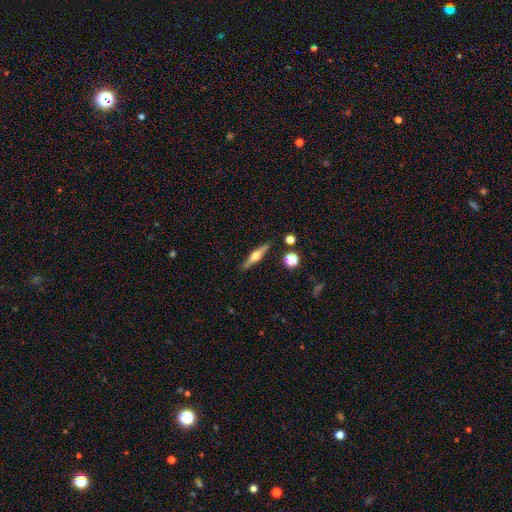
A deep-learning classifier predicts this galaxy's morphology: smooth-or-featured: featured or disk: 64% | smooth: 29% | star or artifact: 7%
  disk-edge-on: yes: 96% | no: 4%
    edge-on-bulge: rounded: 92% | boxy: 6% | none: 3%
  merging: none: 88% | minor disturbance: 8% | merger: 2% | major disturbance: 2%